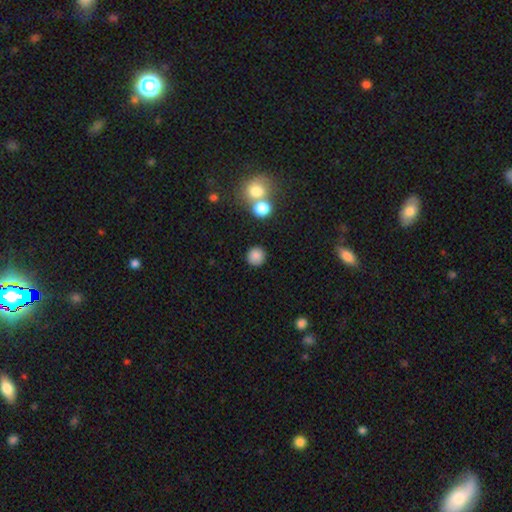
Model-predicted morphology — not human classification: Smooth or featured? Predicted: smooth (p=0.84). How rounded? Predicted: round (p=0.92). Merging? Predicted: none (p=0.86).